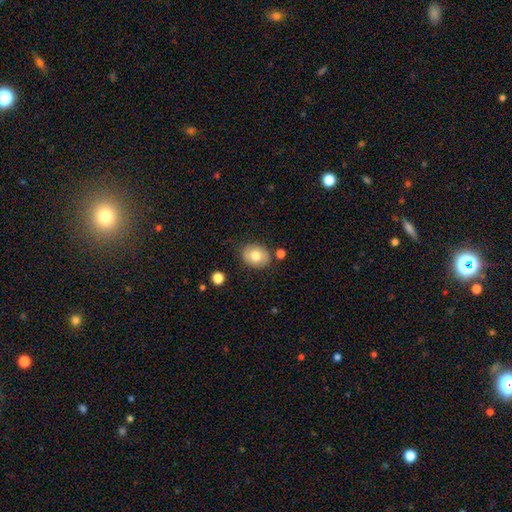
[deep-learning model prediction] Smooth or featured? Predicted: smooth (p=0.77). How rounded? Predicted: in between (p=0.53). Merging? Predicted: none (p=0.80).